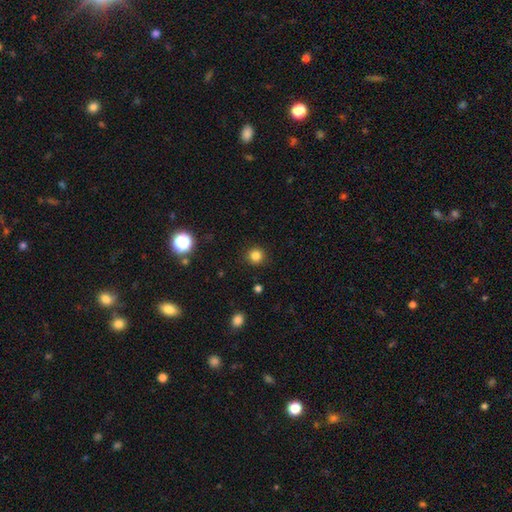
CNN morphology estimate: Smooth or featured? Predicted: smooth (p=0.82). How rounded? Predicted: round (p=0.94). Merging? Predicted: none (p=0.91).